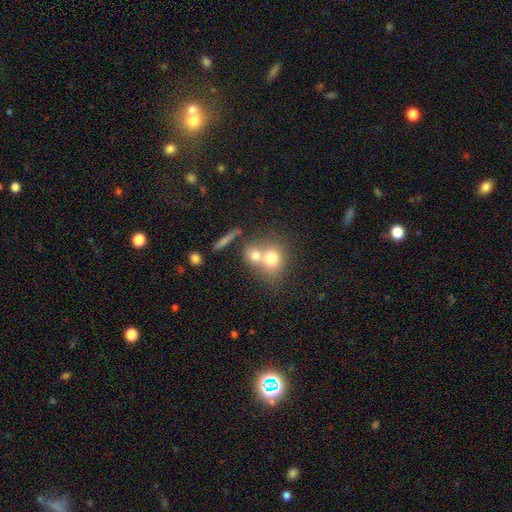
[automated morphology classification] Smooth or featured? Predicted: smooth (p=0.70). How rounded? Predicted: round (p=0.65). Merging? Predicted: merger (p=0.60).